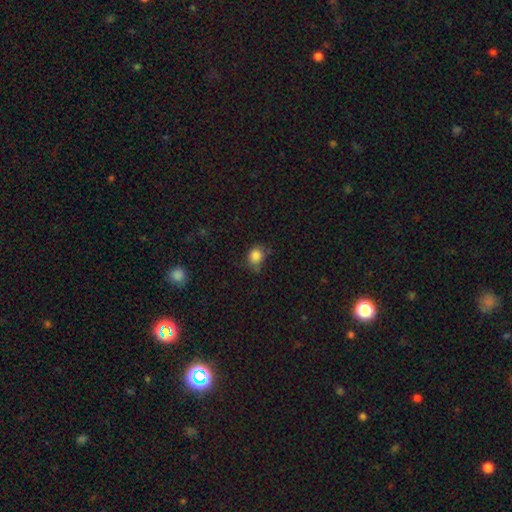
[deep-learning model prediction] Q: Smooth or featured?
A: smooth (84%); runner-up: star or artifact (11%)
Q: How rounded?
A: round (69%); runner-up: in between (29%)
Q: Merging?
A: none (58%); runner-up: minor disturbance (30%)